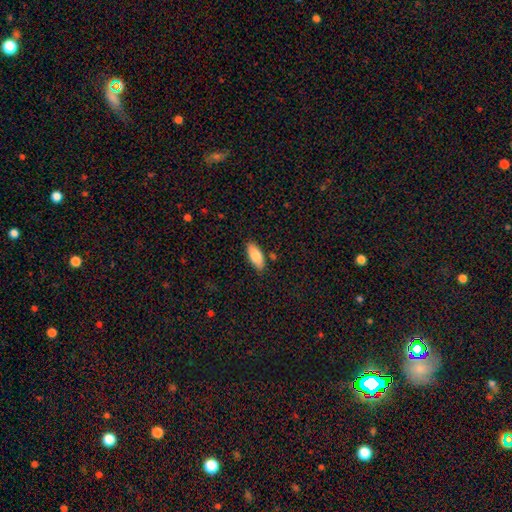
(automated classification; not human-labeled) Q: Smooth or featured?
A: smooth (84%); runner-up: featured or disk (10%)
Q: How rounded?
A: in between (84%); runner-up: cigar-shaped (14%)
Q: Merging?
A: none (84%); runner-up: minor disturbance (11%)